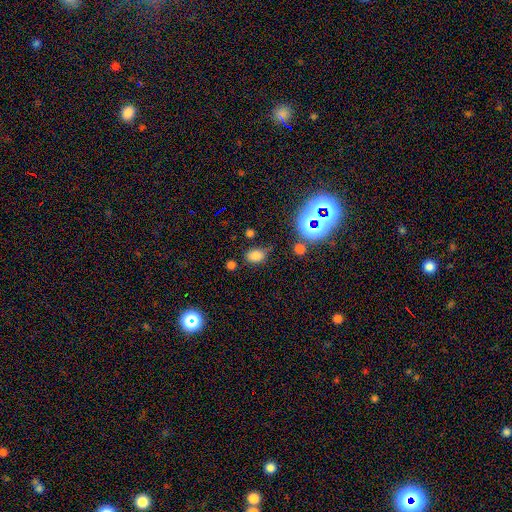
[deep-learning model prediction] smooth 71%, star or artifact 22%, featured or disk 7%. Down the decision tree: how rounded — in between (73%); merging — none (63%).